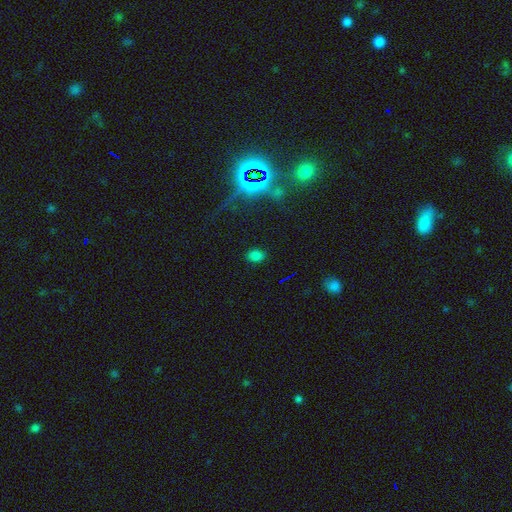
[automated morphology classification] The model was most divided on "how rounded": in between: 73%, round: 25%, cigar-shaped: 2%. More confident: merging — none (86%); smooth or featured — smooth (72%).